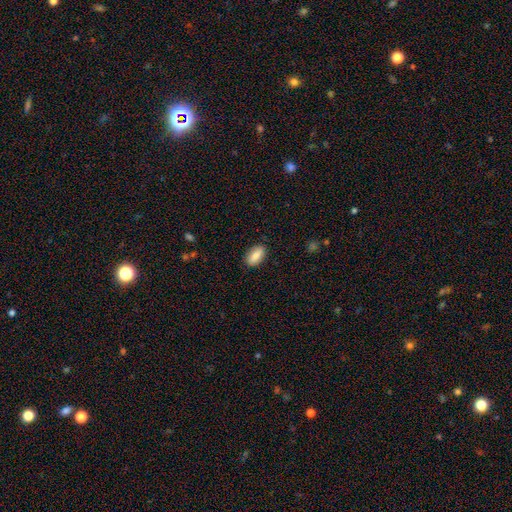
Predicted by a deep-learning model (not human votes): This is clearly a smooth galaxy (81%). How rounded: clearly in between (88%). Merging: clearly none (87%).